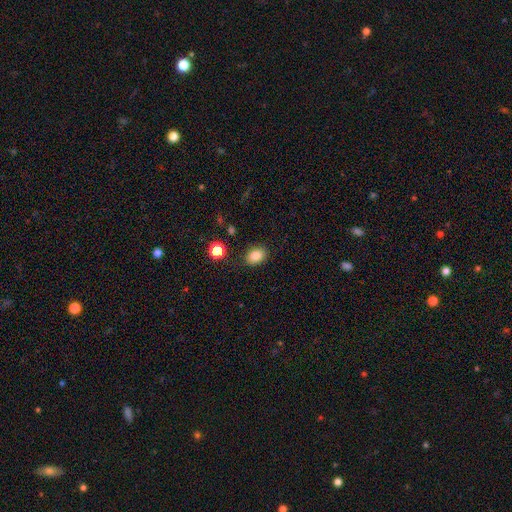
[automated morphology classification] Smooth or featured? smooth (85%)
How rounded? in between (74%)
Merging? none (84%)